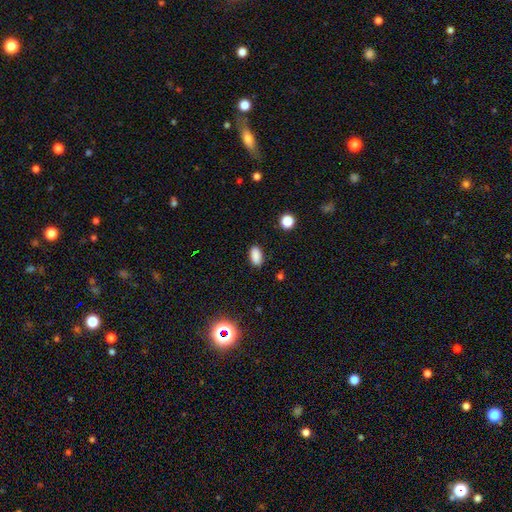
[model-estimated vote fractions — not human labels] smooth_or_featured: smooth (p=0.87) [alt: star or artifact p=0.10]
how_rounded: in between (p=0.90) [alt: cigar-shaped p=0.05]
merging: none (p=0.87) [alt: minor disturbance p=0.10]